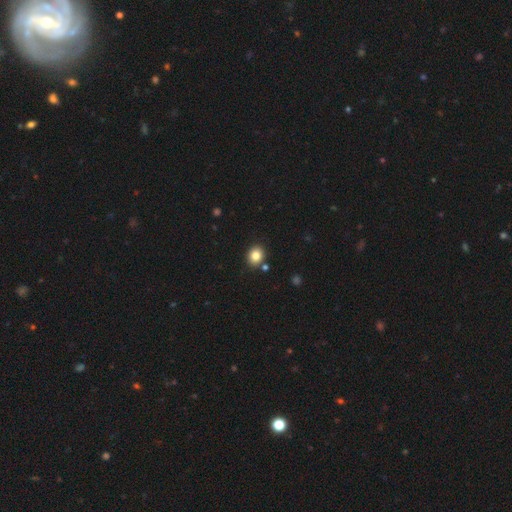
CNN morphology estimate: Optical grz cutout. It shows a smooth galaxy with no disk features (84%) that is round (60%). Merging: none (84%).